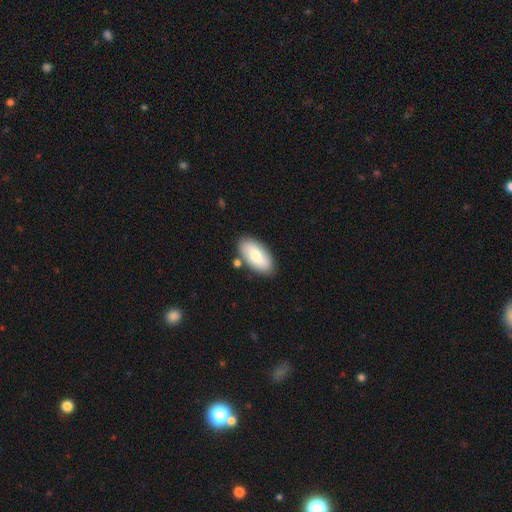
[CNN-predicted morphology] A smooth galaxy with no disk features (68%) that is in between round and cigar-shaped (93%). Merging: none (80%).